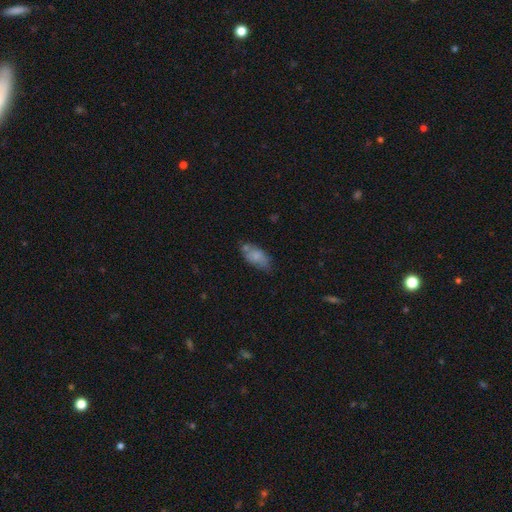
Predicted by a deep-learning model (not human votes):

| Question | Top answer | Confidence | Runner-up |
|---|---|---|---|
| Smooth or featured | smooth | 72% | featured or disk (20%) |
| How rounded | in between | 90% | cigar-shaped (7%) |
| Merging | none | 53% | minor disturbance (27%) |